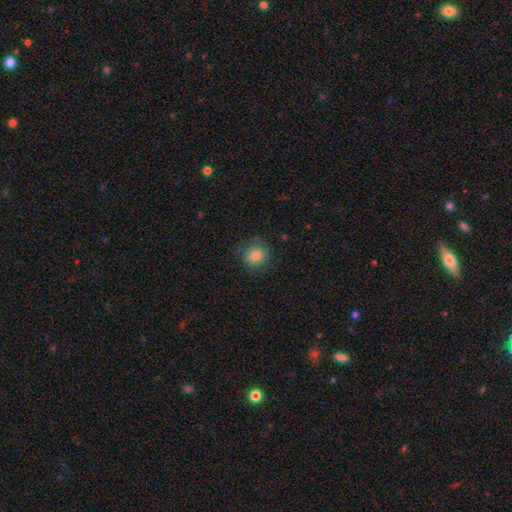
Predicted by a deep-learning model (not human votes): This is likely a smooth galaxy (78%). How rounded: clearly round (87%). Merging: likely none (75%).